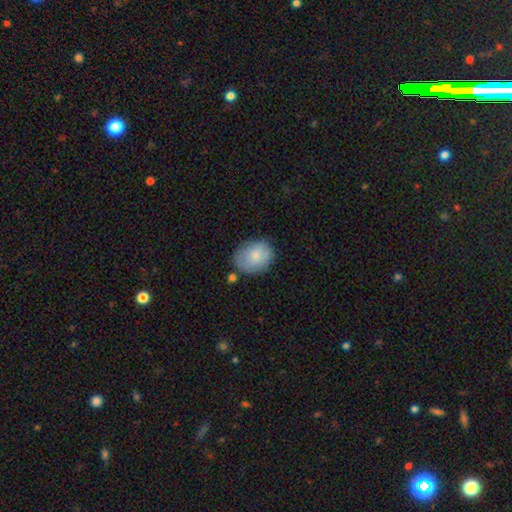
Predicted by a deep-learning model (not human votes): Q: Smooth or featured?
A: smooth (81%); runner-up: featured or disk (13%)
Q: How rounded?
A: in between (59%); runner-up: round (40%)
Q: Merging?
A: none (69%); runner-up: minor disturbance (21%)